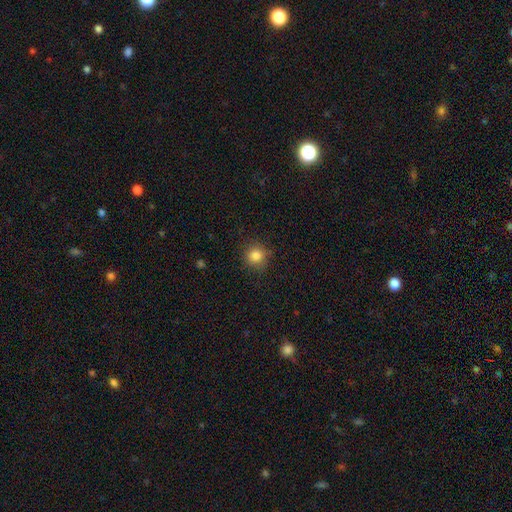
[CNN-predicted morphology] This is clearly a smooth galaxy (83%). How rounded: clearly round (92%). Merging: clearly none (87%).